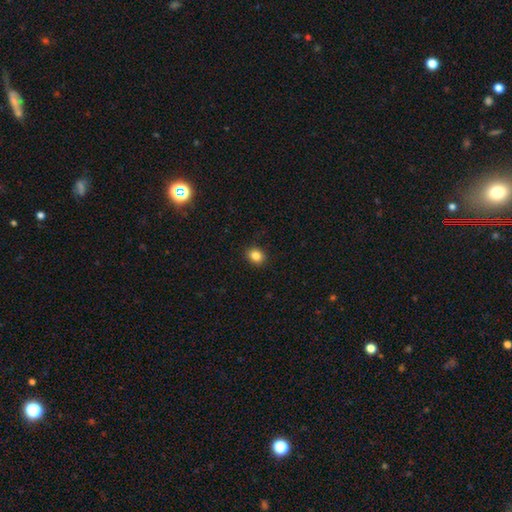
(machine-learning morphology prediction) Overall: smooth (84%). How rounded: round (58%; in between 42%). Merging: none (89%).